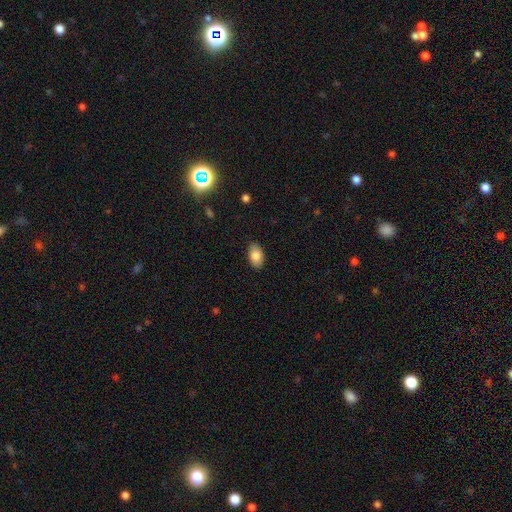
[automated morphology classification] smooth 86%, star or artifact 7%, featured or disk 7%. Down the decision tree: how rounded — in between (92%); merging — none (88%).